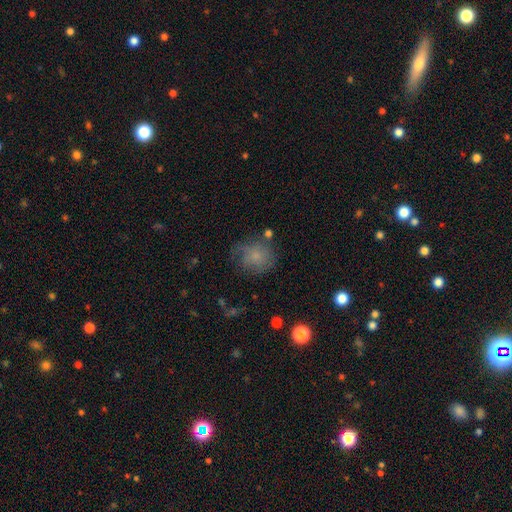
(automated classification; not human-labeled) smooth-or-featured: smooth: 68% | featured or disk: 21% | star or artifact: 11%
  how-rounded: round: 78% | in between: 21% | cigar-shaped: 1%
  merging: none: 56% | minor disturbance: 26% | major disturbance: 15% | merger: 4%